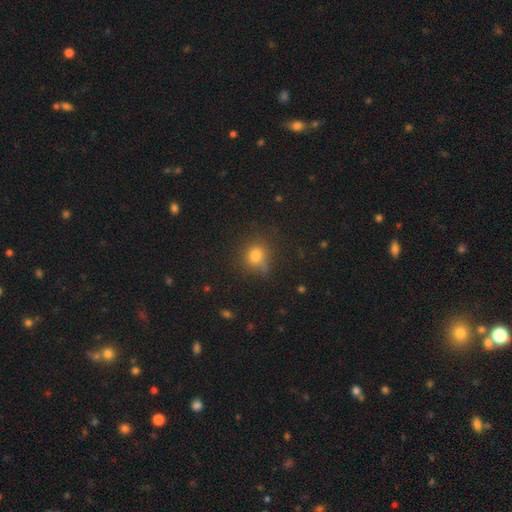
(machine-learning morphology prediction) Smooth or featured? smooth (77%)
How rounded? round (71%)
Merging? none (63%)